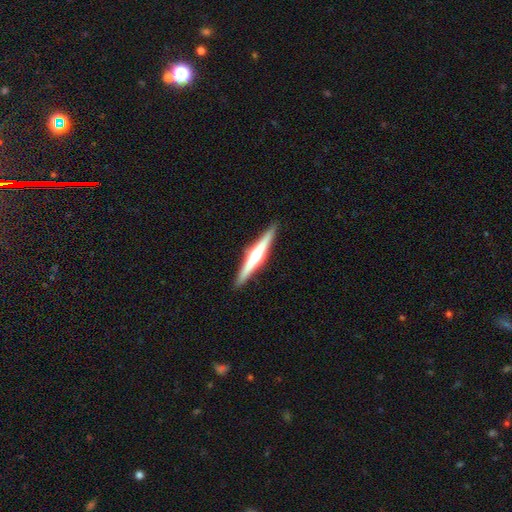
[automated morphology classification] This is likely a featured or disk galaxy (72%). It is clearly viewed edge-on (98%). Edge-on bulge: clearly rounded (91%). Merging: clearly none (92%).